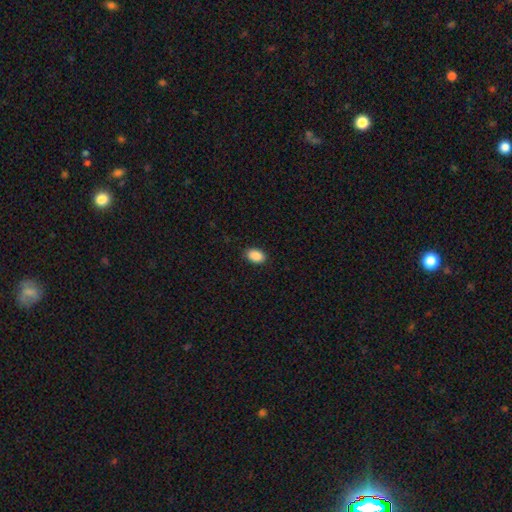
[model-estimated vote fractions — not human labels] Smooth or featured? Predicted: smooth (p=0.90). How rounded? Predicted: in between (p=0.87). Merging? Predicted: none (p=0.89).